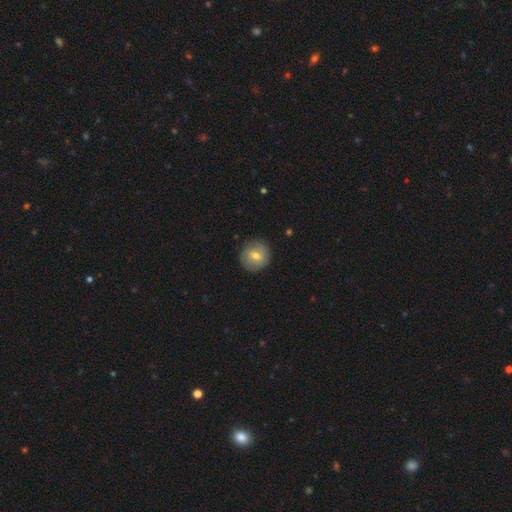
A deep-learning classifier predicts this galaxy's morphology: Smooth or featured? smooth (67%)
How rounded? round (90%)
Merging? none (86%)